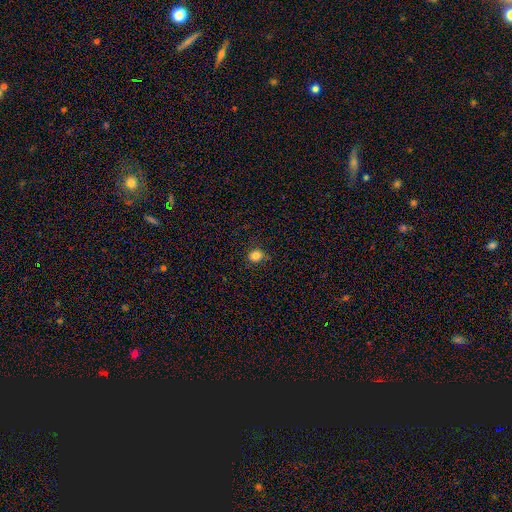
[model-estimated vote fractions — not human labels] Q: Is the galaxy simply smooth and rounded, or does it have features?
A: smooth — 83%.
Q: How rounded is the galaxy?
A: round — 81%.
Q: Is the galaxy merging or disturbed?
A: none — 82%.